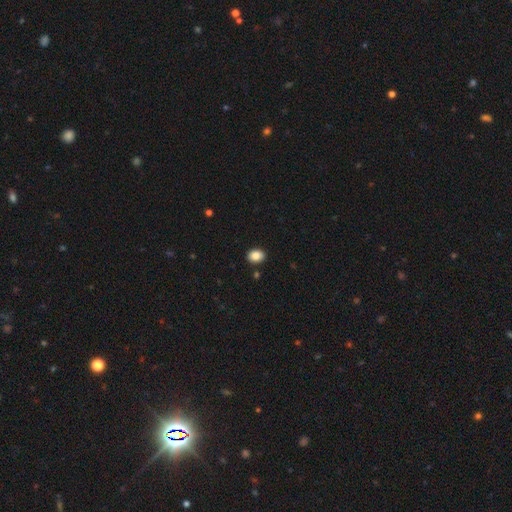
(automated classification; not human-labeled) Overall: smooth (87%). How rounded: in between (62%; round 37%). Merging: none (89%).